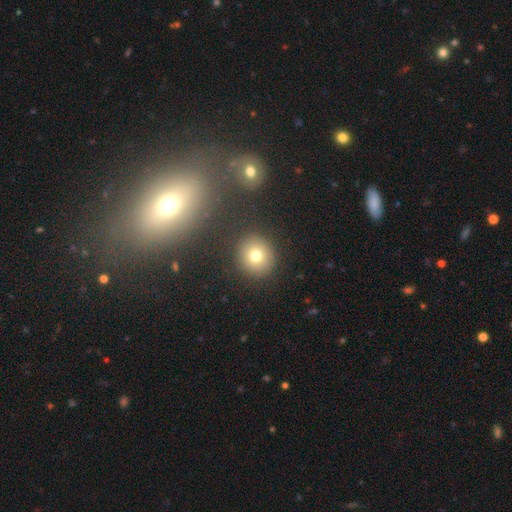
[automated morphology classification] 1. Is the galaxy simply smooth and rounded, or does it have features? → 74% smooth, 14% star or artifact, 12% featured or disk.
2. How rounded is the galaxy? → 90% round, 9% in between, 1% cigar-shaped.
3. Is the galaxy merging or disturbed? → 88% none, 7% minor disturbance, 3% major disturbance, 2% merger.